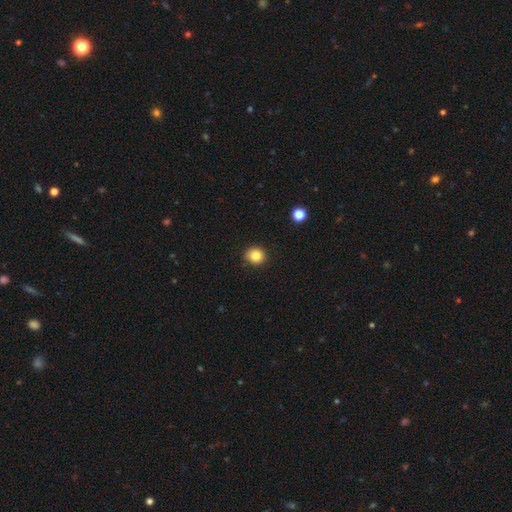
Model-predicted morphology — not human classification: type=smooth (84%); roundness=round (89%); merging=none (87%).